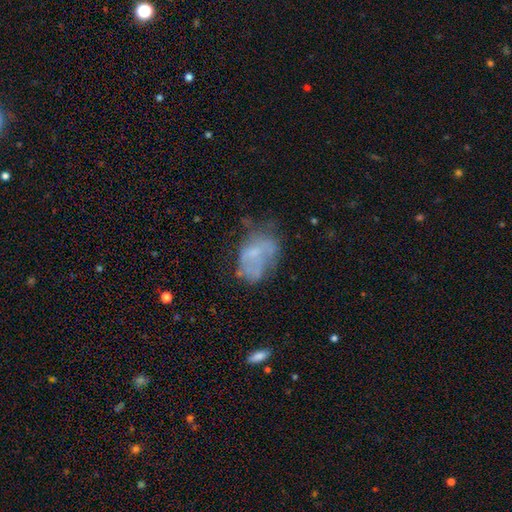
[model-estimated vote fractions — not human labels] Smooth or featured?
  - smooth: 44% * (tied)
  - featured or disk: 44% * (tied)
  - star or artifact: 12%
Merging?
  - none: 38% *
  - minor disturbance: 29%
  - major disturbance: 26%
  - merger: 7%